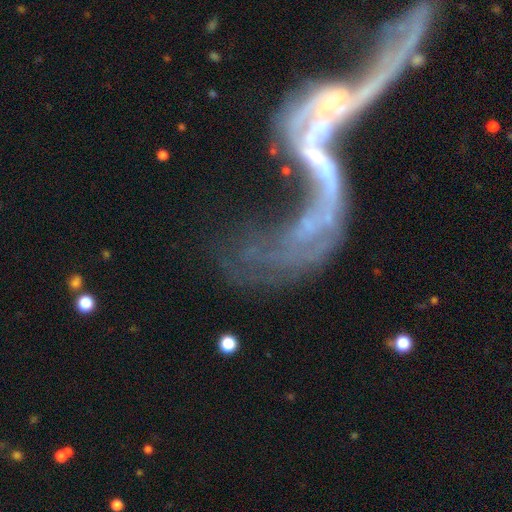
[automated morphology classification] A featured or disk galaxy (74%) with no bar (62%), spiral arms (58%) and a small central bulge (47%).

Vote fractions:
- Smooth or featured? featured or disk: 74% / star or artifact: 14% / smooth: 12%
- Edge-on disk? no: 90% / yes: 10%
- Bar? no: 62% / weak: 24% / strong: 14%
- Spiral arms? yes: 58% / no: 42%
- Bulge size? small: 47% / none: 31% / moderate: 17% / large: 3% / dominant: 2%
- Merging? merger: 60% / major disturbance: 25% / none: 9% / minor disturbance: 5%